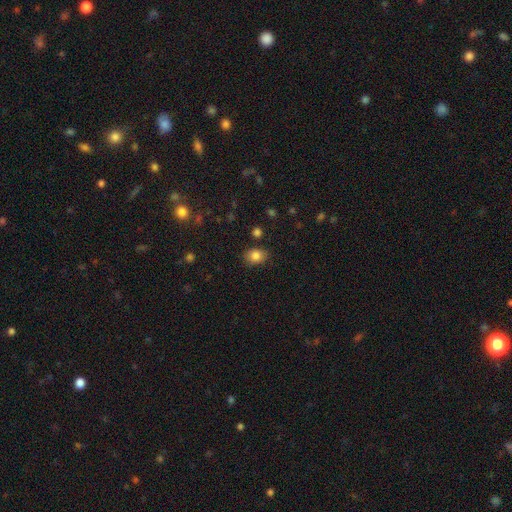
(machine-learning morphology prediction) smooth 83%, star or artifact 10%, featured or disk 7%. Down the decision tree: how rounded — in between (65%); merging — none (82%).